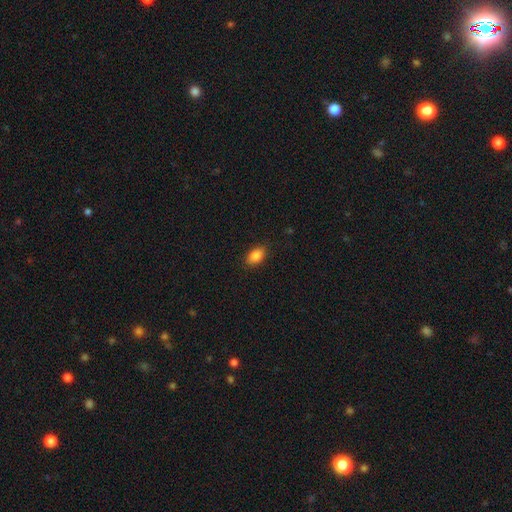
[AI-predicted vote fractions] A smooth galaxy with no disk features (85%) that is in between round and cigar-shaped (87%).

Vote fractions:
- Smooth or featured? smooth: 85% / star or artifact: 8% / featured or disk: 6%
- How rounded? in between: 87% / round: 11% / cigar-shaped: 2%
- Merging? none: 86% / minor disturbance: 11% / major disturbance: 2% / merger: 1%